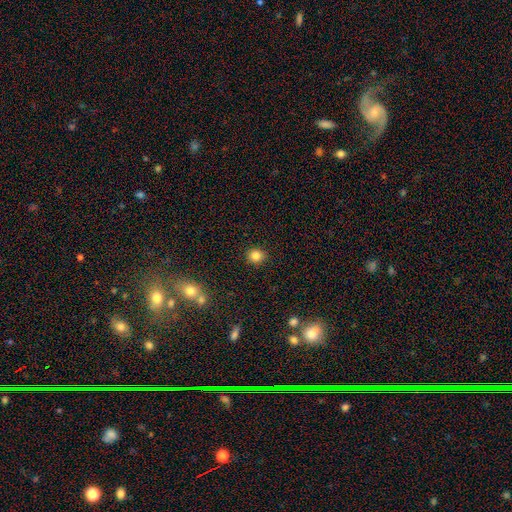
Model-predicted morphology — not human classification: smooth 83%, star or artifact 12%, featured or disk 5%. Down the decision tree: how rounded — round (84%); merging — none (90%).